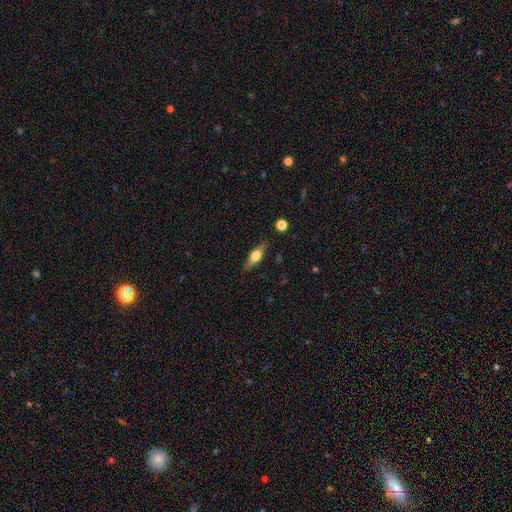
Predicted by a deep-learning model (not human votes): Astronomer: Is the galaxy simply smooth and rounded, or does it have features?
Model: smooth — 51% (runner-up: featured or disk, 42%).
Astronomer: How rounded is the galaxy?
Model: in between — 51% (runner-up: cigar-shaped, 44%).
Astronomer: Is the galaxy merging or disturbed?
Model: none — 82%.